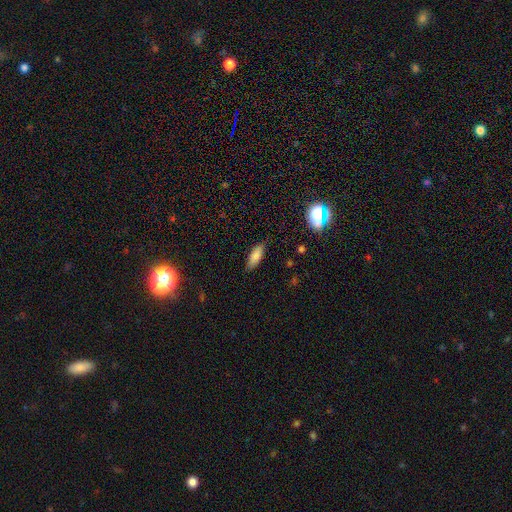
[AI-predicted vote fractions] Smooth or featured? smooth (81%)
How rounded? in between (65%)
Merging? none (84%)